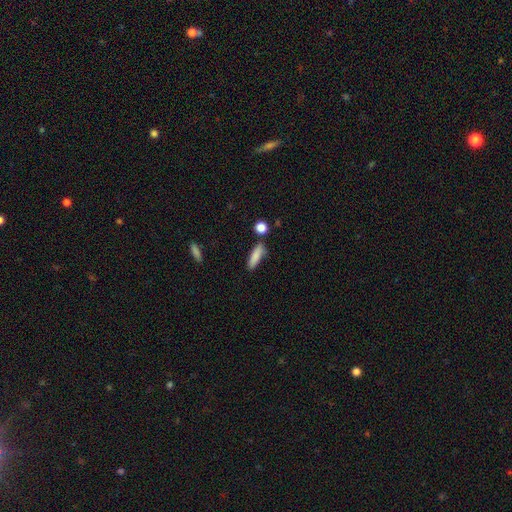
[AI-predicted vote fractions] smooth-or-featured: smooth: 85% | featured or disk: 8% | star or artifact: 7%
  how-rounded: cigar-shaped: 55% | in between: 42% | round: 3%
  merging: none: 76% | minor disturbance: 15% | merger: 6% | major disturbance: 3%